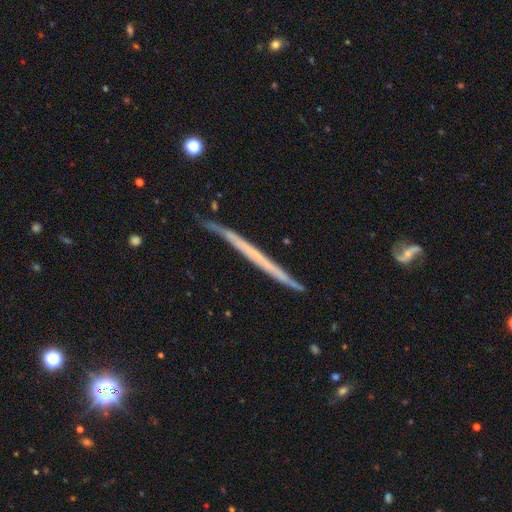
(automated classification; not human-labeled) smooth_or_featured: featured or disk (p=0.59) [alt: smooth p=0.34]
disk_edge_on: yes (p=0.97) [alt: no p=0.03]
edge_on_bulge: none (p=0.92) [alt: rounded p=0.05]
merging: none (p=0.85) [alt: minor disturbance p=0.12]